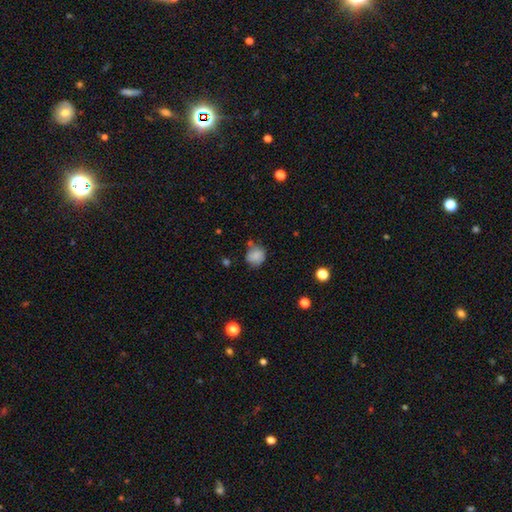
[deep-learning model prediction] Q: Smooth or featured?
A: smooth (83%); runner-up: star or artifact (10%)
Q: How rounded?
A: round (78%); runner-up: in between (21%)
Q: Merging?
A: none (61%); runner-up: minor disturbance (25%)